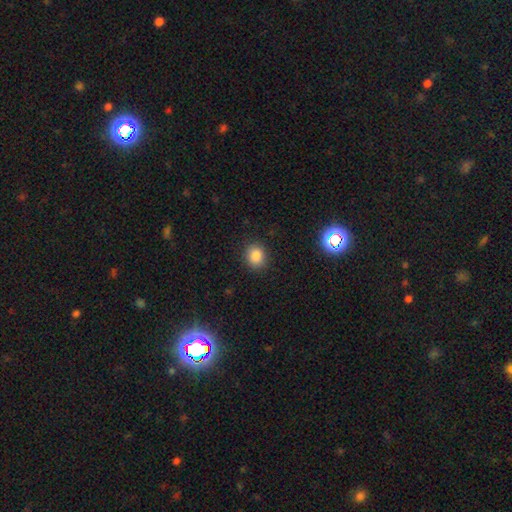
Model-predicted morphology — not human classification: type=smooth (85%); roundness=round (68%); merging=none (88%).